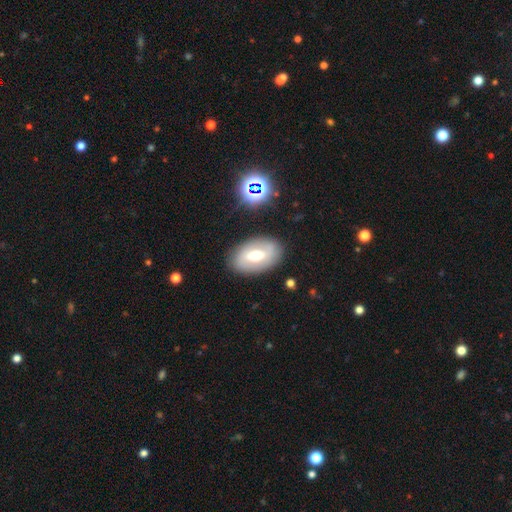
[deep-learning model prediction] Morphology: type=featured or disk (49%); merging=none (83%).